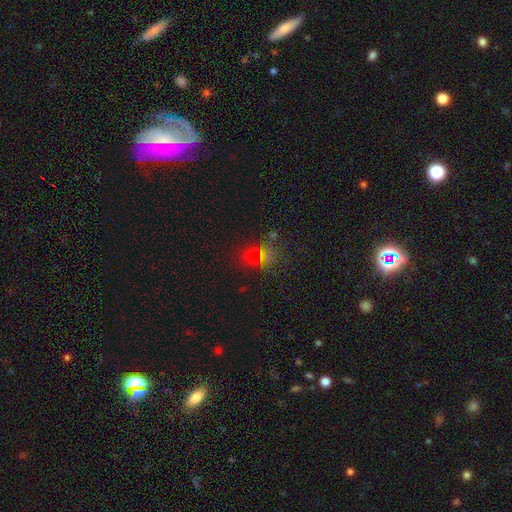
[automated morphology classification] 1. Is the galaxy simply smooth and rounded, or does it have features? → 48% smooth, 44% star or artifact, 8% featured or disk.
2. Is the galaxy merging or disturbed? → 75% none, 13% minor disturbance, 6% major disturbance, 6% merger.